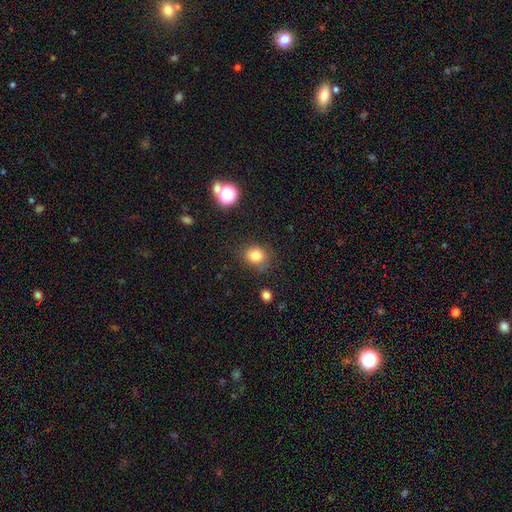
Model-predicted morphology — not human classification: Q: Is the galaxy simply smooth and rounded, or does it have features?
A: smooth — 81%.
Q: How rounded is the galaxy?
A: round — 67%.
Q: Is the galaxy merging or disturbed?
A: none — 78%.